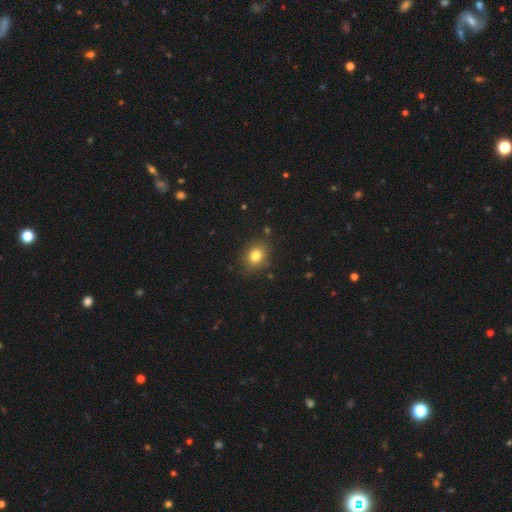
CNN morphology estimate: A smooth galaxy with no disk features (81%) that is round (65%).

Vote fractions:
- Smooth or featured? smooth: 81% / star or artifact: 12% / featured or disk: 8%
- How rounded? round: 65% / in between: 34% / cigar-shaped: 1%
- Merging? none: 84% / minor disturbance: 11% / major disturbance: 3% / merger: 2%